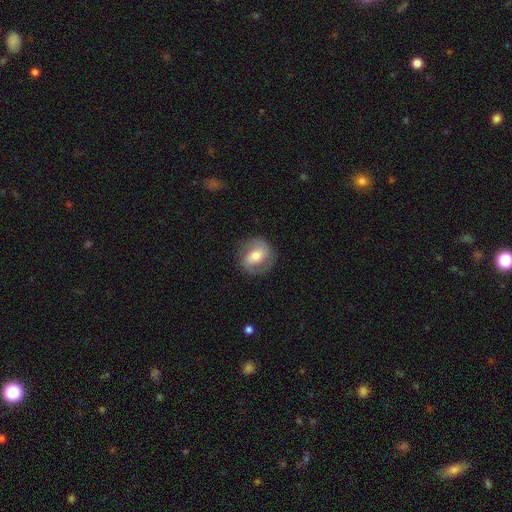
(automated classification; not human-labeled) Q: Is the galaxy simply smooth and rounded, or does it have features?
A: featured or disk — 52%.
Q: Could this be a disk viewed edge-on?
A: no — 96%.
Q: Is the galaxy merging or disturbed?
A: none — 79%.